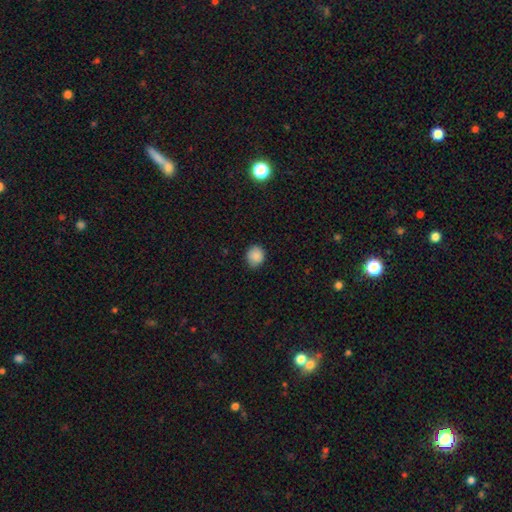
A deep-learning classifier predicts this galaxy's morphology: smooth_or_featured: smooth (p=0.87) [alt: star or artifact p=0.09]
how_rounded: round (p=0.80) [alt: in between p=0.20]
merging: none (p=0.82) [alt: minor disturbance p=0.15]